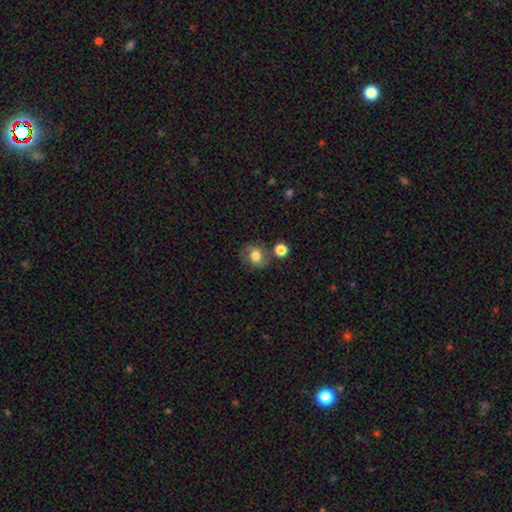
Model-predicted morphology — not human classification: A smooth galaxy with no disk features (60%) that is round (67%).

Vote fractions:
- Smooth or featured? smooth: 60% / featured or disk: 29% / star or artifact: 10%
- How rounded? round: 67% / in between: 32% / cigar-shaped: 1%
- Merging? none: 67% / minor disturbance: 17% / merger: 10% / major disturbance: 6%